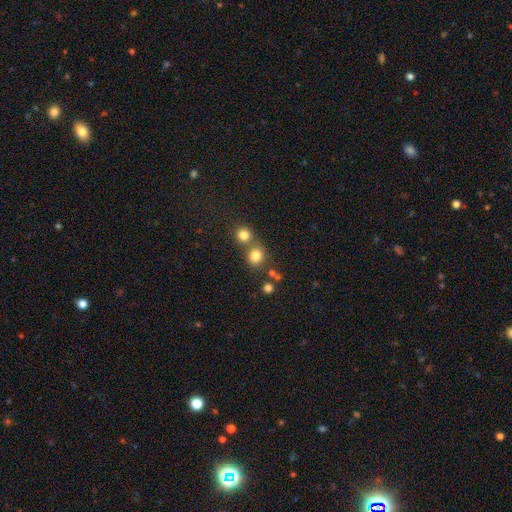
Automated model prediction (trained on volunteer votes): Smooth or featured? smooth (79%)
How rounded? round (83%)
Merging? none (56%)